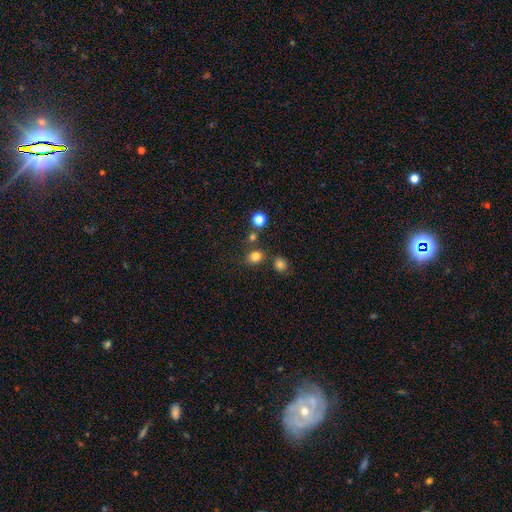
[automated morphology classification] A smooth galaxy with no disk features (80%) that is round (63%).

Vote fractions:
- Smooth or featured? smooth: 80% / star or artifact: 15% / featured or disk: 5%
- How rounded? round: 63% / in between: 36% / cigar-shaped: 1%
- Merging? none: 73% / minor disturbance: 12% / merger: 11% / major disturbance: 4%